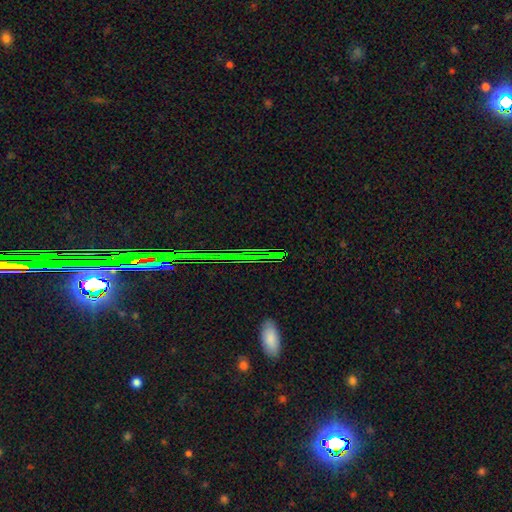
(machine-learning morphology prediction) A star or artifact, not a galaxy (65%).

Vote fractions:
- Smooth or featured? star or artifact: 65% / featured or disk: 18% / smooth: 17%